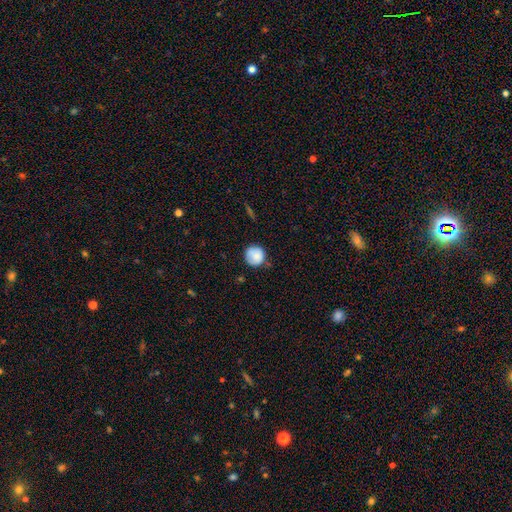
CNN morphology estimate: Smooth or featured? Predicted: smooth (p=0.82). How rounded? Predicted: round (p=0.92). Merging? Predicted: none (p=0.68).